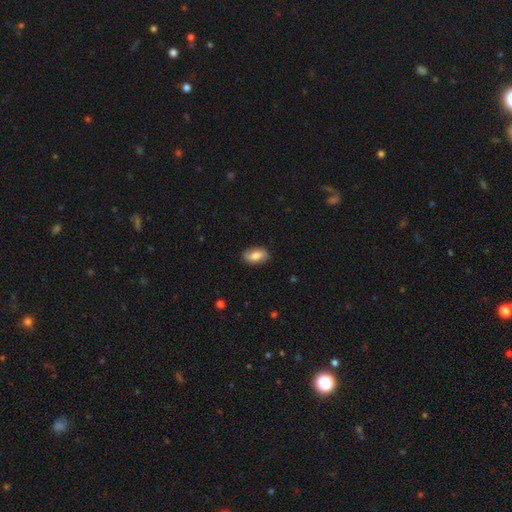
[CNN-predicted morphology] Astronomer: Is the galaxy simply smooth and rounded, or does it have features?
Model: smooth — 67%.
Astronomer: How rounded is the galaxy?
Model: in between — 90%.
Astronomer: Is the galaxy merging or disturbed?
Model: none — 85%.